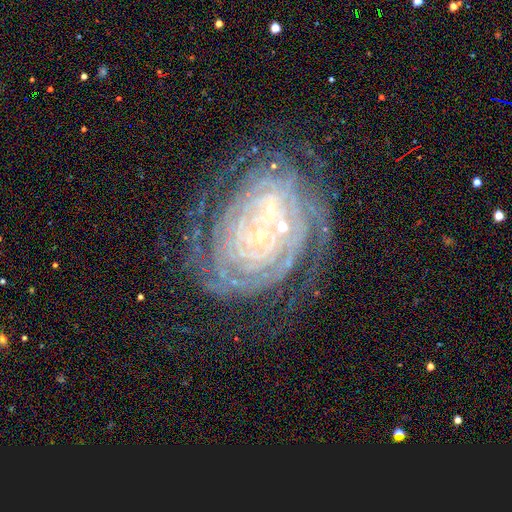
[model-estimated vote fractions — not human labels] Smooth or featured? Predicted: featured or disk (p=0.84). Edge-on disk? Predicted: no (p=0.97). Bar? Predicted: no (p=0.64). Spiral arms? Predicted: yes (p=0.96). Spiral winding? Predicted: tight (p=0.86). Spiral arm count? Predicted: can't tell (p=0.29). Bulge size? Predicted: small (p=0.86). Merging? Predicted: none (p=0.61).